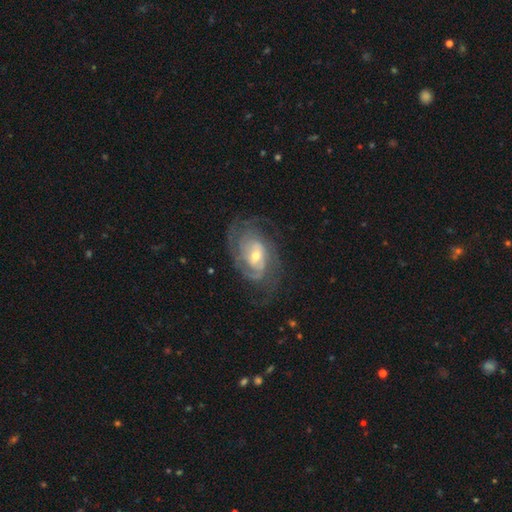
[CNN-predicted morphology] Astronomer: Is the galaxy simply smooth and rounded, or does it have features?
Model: featured or disk — 88%.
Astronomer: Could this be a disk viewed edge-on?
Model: no — 96%.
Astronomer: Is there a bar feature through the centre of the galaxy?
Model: no — 47% (runner-up: weak, 39%).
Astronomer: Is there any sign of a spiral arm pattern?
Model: yes — 96%.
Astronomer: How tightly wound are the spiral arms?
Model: tight — 60%.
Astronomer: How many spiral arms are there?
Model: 2 — 32% (runner-up: can't tell, 26%).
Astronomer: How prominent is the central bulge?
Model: moderate — 52% (runner-up: small, 42%).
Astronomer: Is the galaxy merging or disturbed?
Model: none — 70%.